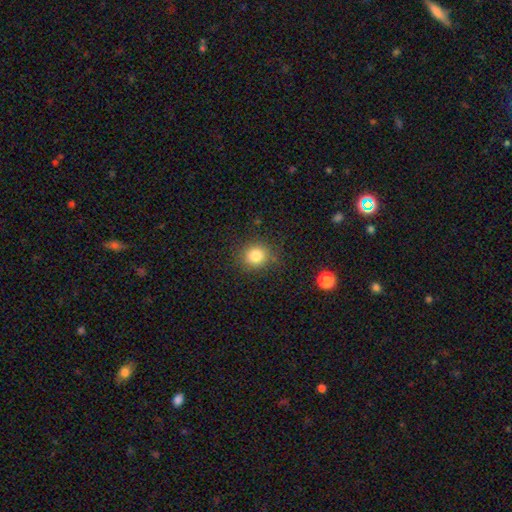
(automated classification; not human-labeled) smooth_or_featured: smooth (p=0.82) [alt: star or artifact p=0.12]
how_rounded: round (p=0.85) [alt: in between p=0.14]
merging: none (p=0.85) [alt: minor disturbance p=0.10]